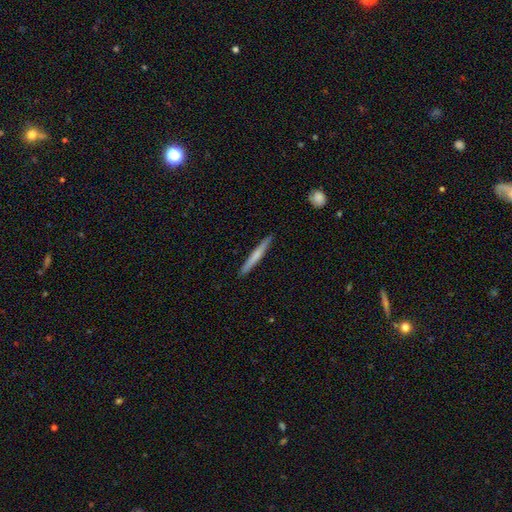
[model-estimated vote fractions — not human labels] A smooth galaxy with no disk features (57%) that is cigar-shaped (97%). Merging: none (92%).